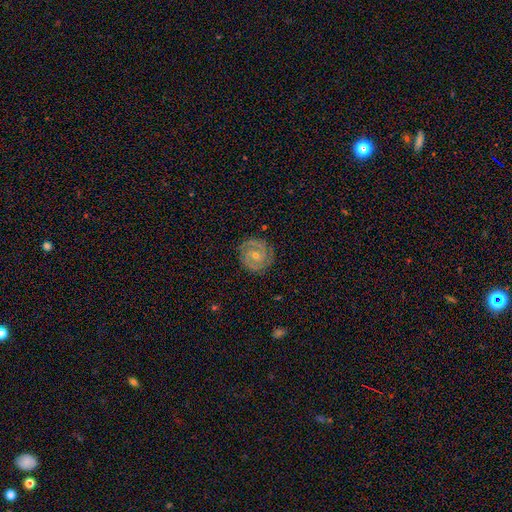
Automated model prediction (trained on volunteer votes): Morphology: type=featured or disk (80%); edge-on=no (98%); bar=no (61%); spiral arms=yes (95%); winding=tight (70%); arm count=2 (69%); bulge=small (53%); merging=none (84%).